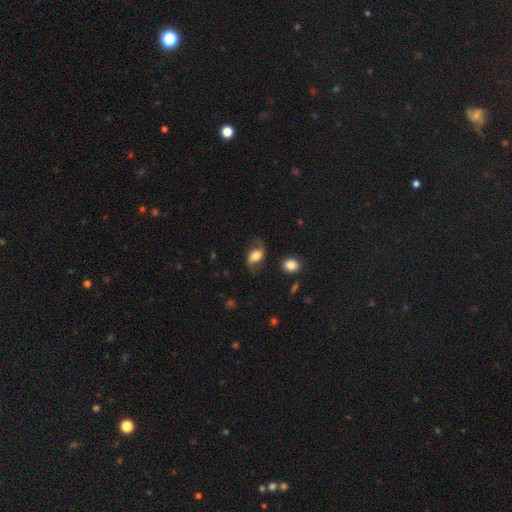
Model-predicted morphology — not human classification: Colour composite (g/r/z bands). It shows a featured or disk galaxy (49%). Merging: none (65%).